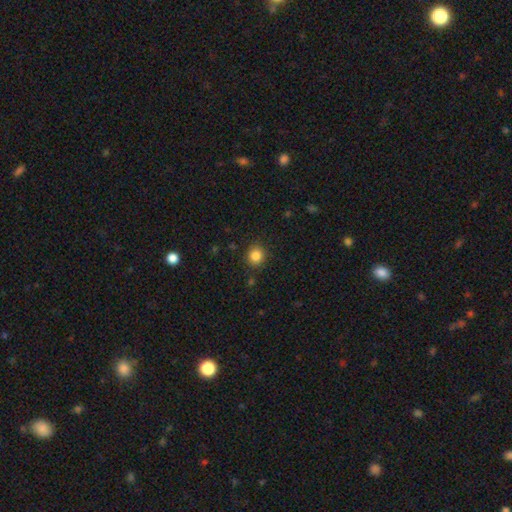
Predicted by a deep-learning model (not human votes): A smooth galaxy with no disk features (85%) that is round (86%). Merging: none (87%).